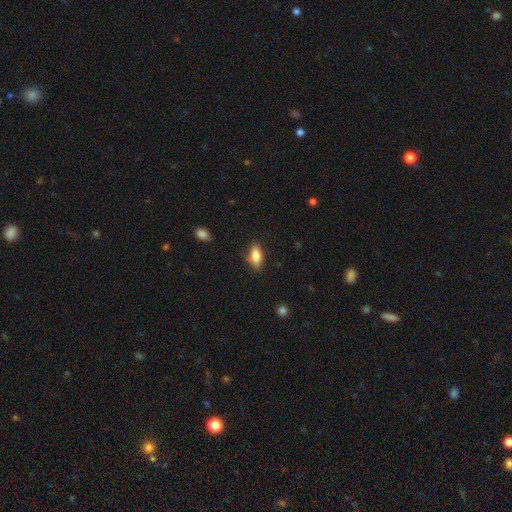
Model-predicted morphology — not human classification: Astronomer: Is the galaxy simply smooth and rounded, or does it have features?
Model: smooth — 80%.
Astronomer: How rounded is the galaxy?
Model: in between — 81%.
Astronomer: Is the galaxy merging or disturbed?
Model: none — 78%.